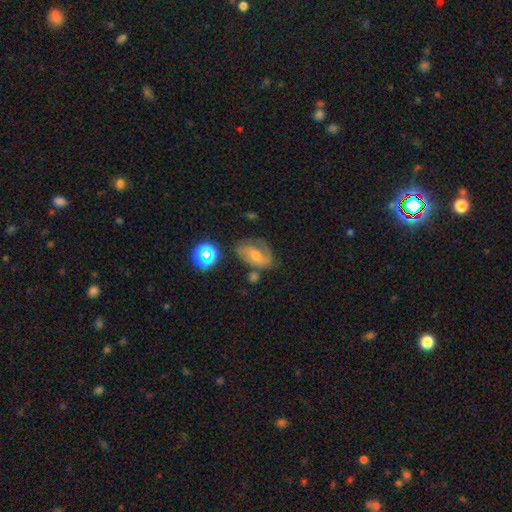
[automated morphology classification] This appears to be a featured or disk galaxy (50%). Merging: none (49%).